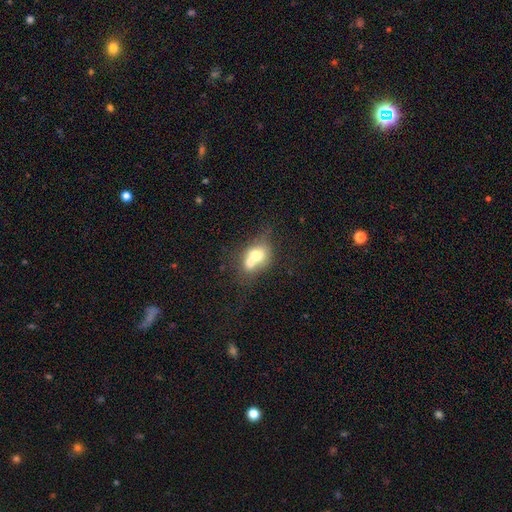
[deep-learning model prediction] Q: Smooth or featured?
A: smooth (63%); runner-up: featured or disk (28%)
Q: How rounded?
A: round (52%); runner-up: in between (46%)
Q: Merging?
A: merger (65%); runner-up: none (23%)